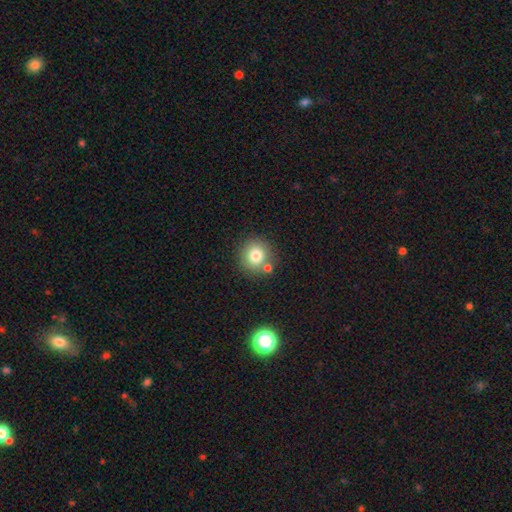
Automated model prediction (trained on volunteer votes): The model was most divided on "merging": none: 73%, merger: 14%, minor disturbance: 10%, major disturbance: 3%. More confident: how rounded — round (90%); smooth or featured — smooth (78%).